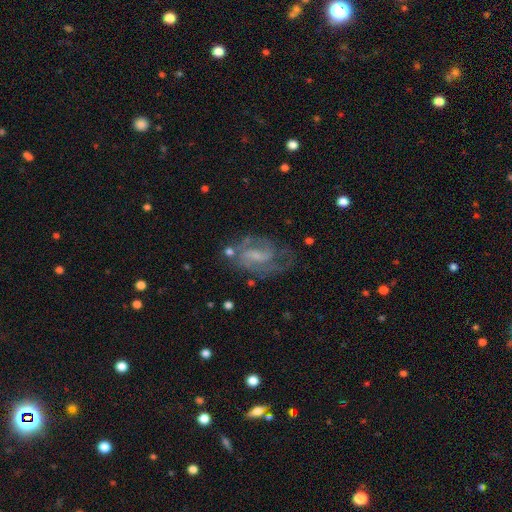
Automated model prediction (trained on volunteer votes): This is likely a featured or disk galaxy (77%). It is clearly not viewed edge-on (97%). Bar: possibly weak (54%). Spiral arm pattern: clearly yes (89%). Spiral arm count: possibly 2 (55%). Spiral winding: possibly medium (49%). Central bulge: marginally small (43%). Merging: possibly none (59%).